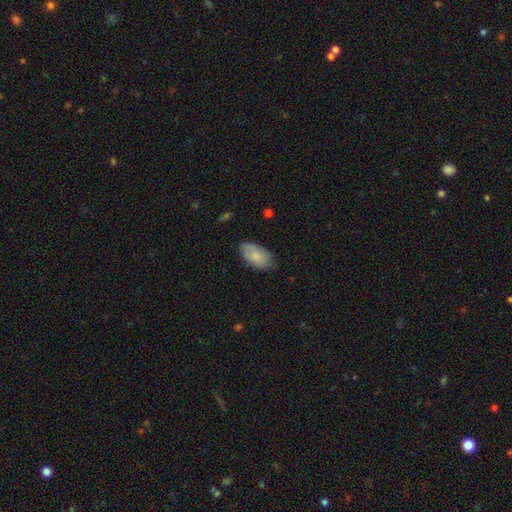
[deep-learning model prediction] Smooth or featured?
  - smooth: 79% *
  - featured or disk: 15%
  - star or artifact: 6%
How rounded?
  - in between: 94% *
  - round: 4%
  - cigar-shaped: 2%
Merging?
  - none: 76% *
  - minor disturbance: 19%
  - major disturbance: 3%
  - merger: 1%